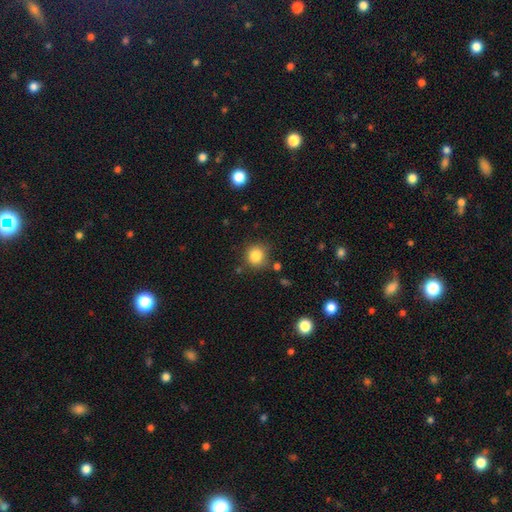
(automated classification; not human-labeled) Smooth or featured?
  - smooth: 84% *
  - star or artifact: 11%
  - featured or disk: 5%
How rounded?
  - round: 89% *
  - in between: 11%
  - cigar-shaped: 1%
Merging?
  - none: 79% *
  - minor disturbance: 13%
  - merger: 5%
  - major disturbance: 4%